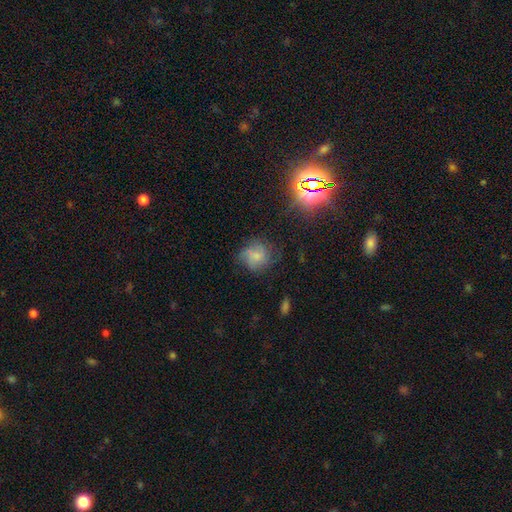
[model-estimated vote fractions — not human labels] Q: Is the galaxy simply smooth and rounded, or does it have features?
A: smooth — 56%.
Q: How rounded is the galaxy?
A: round — 80%.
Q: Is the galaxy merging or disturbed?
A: none — 61%.